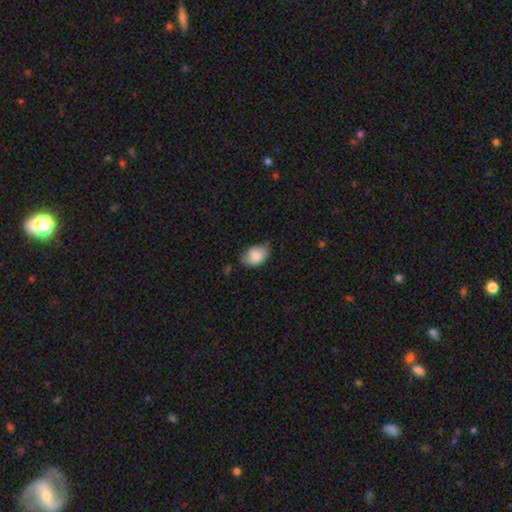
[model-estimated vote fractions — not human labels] Smooth or featured? smooth (84%)
How rounded? in between (83%)
Merging? none (61%)